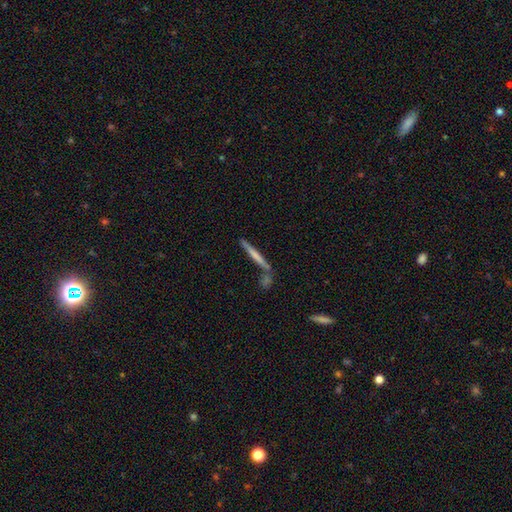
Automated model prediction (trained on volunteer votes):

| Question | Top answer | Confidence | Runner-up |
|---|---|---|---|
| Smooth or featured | smooth | 55% | featured or disk (39%) |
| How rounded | cigar-shaped | 95% | in between (3%) |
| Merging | none | 71% | merger (15%) |